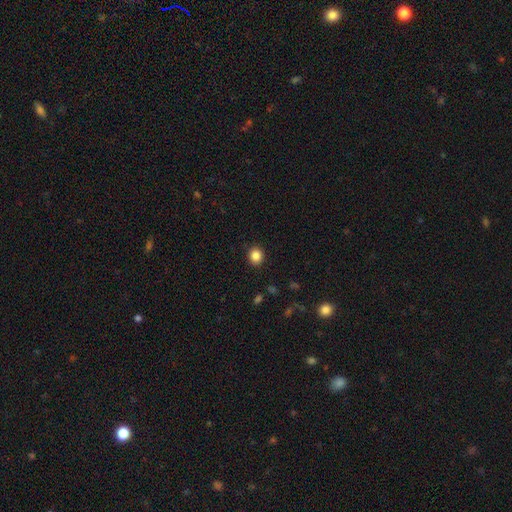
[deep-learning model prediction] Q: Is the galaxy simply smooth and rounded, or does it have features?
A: smooth — 86%.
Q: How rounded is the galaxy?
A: round — 80%.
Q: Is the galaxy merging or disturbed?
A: none — 91%.